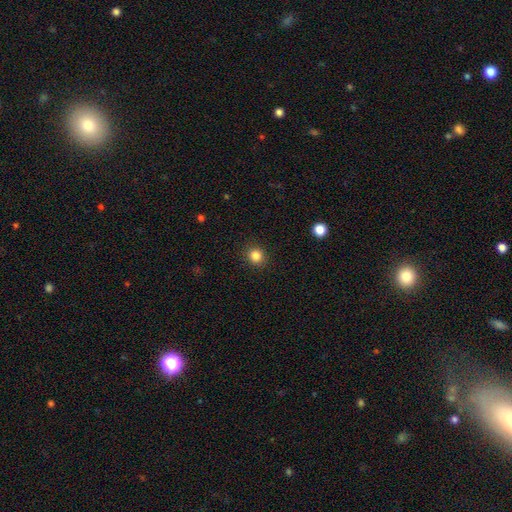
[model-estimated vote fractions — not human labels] smooth 84%, star or artifact 12%, featured or disk 4%. Down the decision tree: how rounded — round (85%); merging — none (91%).